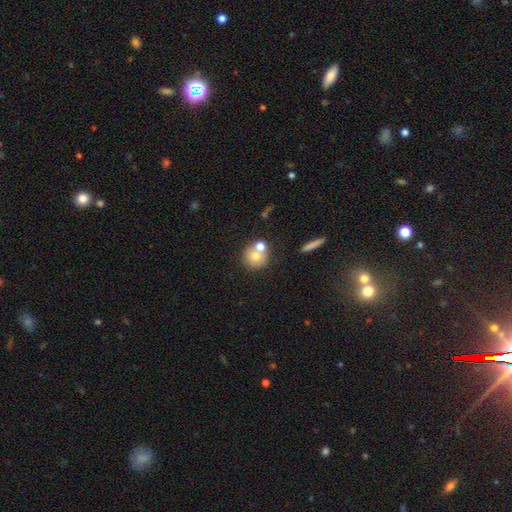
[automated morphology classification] Smooth or featured: smooth — 69% (featured or disk — 20%)
How rounded: round — 89% (in between — 10%)
Merging: none — 50% (merger — 38%)